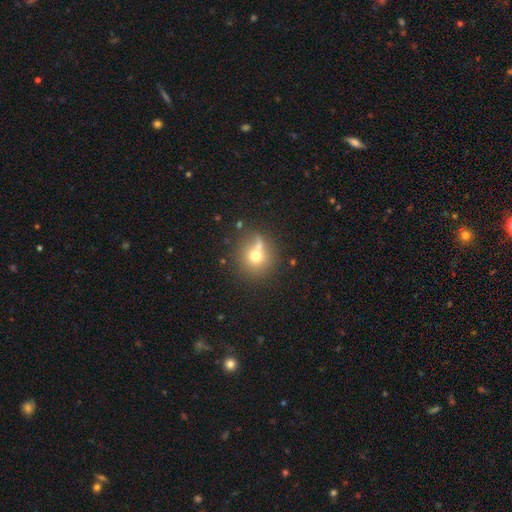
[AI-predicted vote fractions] Smooth or featured? Predicted: smooth (p=0.67). How rounded? Predicted: round (p=0.88). Merging? Predicted: none (p=0.57).